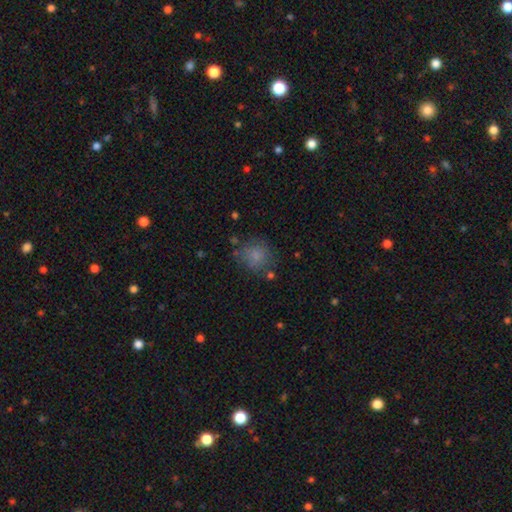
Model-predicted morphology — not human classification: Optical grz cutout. It shows a smooth galaxy with no disk features (79%) that is round (83%). Merging: none (70%).